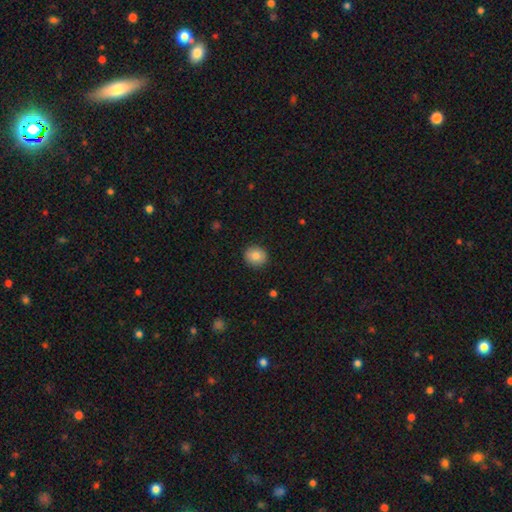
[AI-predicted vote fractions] Morphology: type=smooth (85%); roundness=round (82%); merging=none (91%).